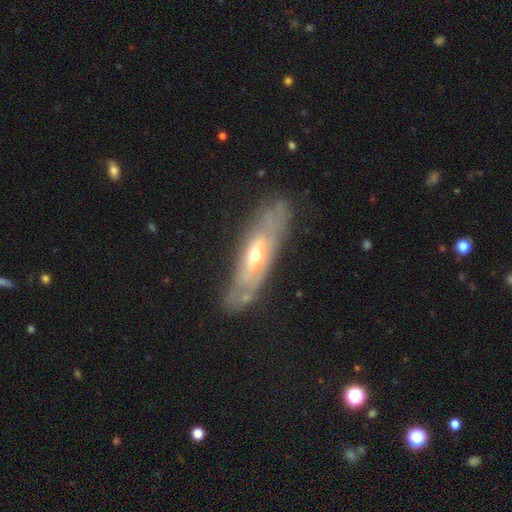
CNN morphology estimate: Q: Smooth or featured?
A: featured or disk (70%); runner-up: smooth (24%)
Q: Edge-on disk?
A: no (59%); runner-up: yes (41%)
Q: Merging?
A: none (71%); runner-up: minor disturbance (19%)